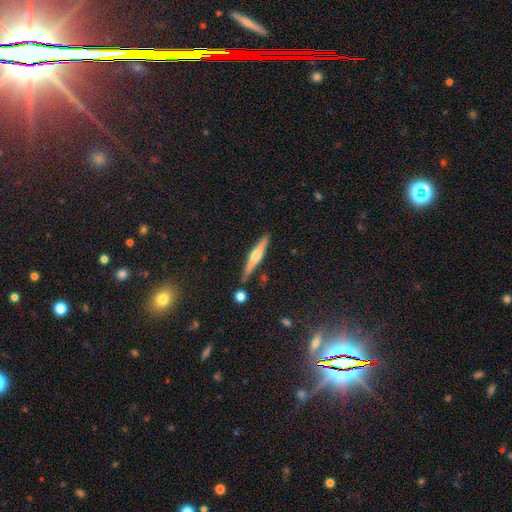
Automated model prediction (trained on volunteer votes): featured or disk 61%, smooth 33%, star or artifact 7%. Down the decision tree: edge-on disk — yes (97%); edge-on bulge — rounded (81%); merging — none (84%).